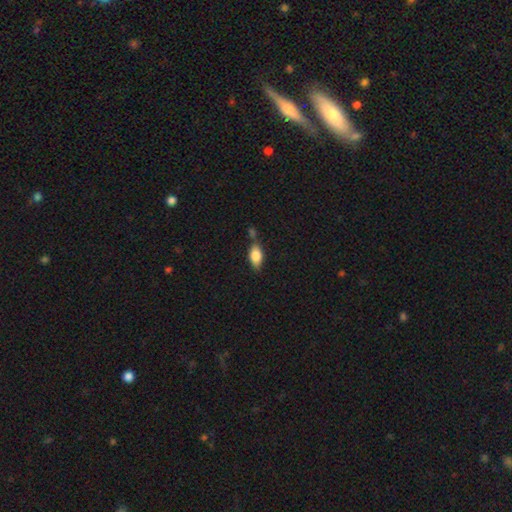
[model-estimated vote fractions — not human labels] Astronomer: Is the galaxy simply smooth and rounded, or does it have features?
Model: smooth — 79%.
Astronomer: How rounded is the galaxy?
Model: in between — 87%.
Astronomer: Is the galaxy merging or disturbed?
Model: none — 62%.